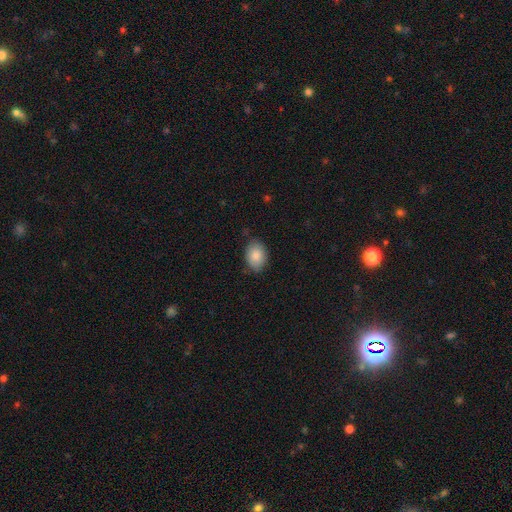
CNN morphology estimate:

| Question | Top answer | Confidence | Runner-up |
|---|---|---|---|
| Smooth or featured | smooth | 86% | featured or disk (7%) |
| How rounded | in between | 81% | round (18%) |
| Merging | none | 80% | minor disturbance (15%) |